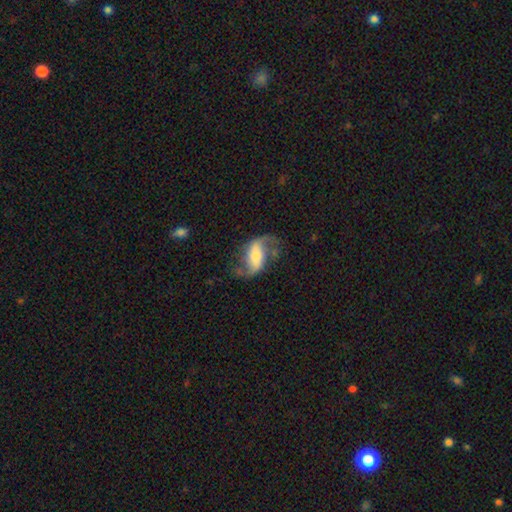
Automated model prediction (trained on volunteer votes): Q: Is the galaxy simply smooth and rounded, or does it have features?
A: featured or disk — 83%.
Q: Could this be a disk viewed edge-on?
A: no — 97%.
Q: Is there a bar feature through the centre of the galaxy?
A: weak — 37%.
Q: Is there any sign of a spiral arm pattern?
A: yes — 95%.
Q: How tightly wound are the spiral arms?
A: loose — 74%.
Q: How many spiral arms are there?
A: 2 — 92%.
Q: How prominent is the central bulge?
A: moderate — 39%.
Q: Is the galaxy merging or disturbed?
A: none — 68%.